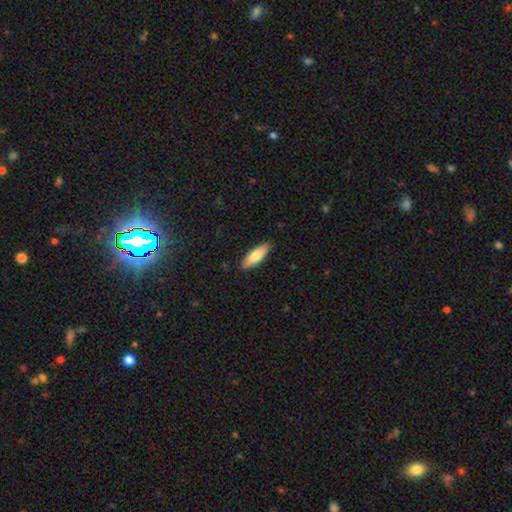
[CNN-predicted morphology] Smooth or featured: smooth — 76% (featured or disk — 18%)
How rounded: in between — 56% (cigar-shaped — 42%)
Merging: none — 89% (minor disturbance — 9%)